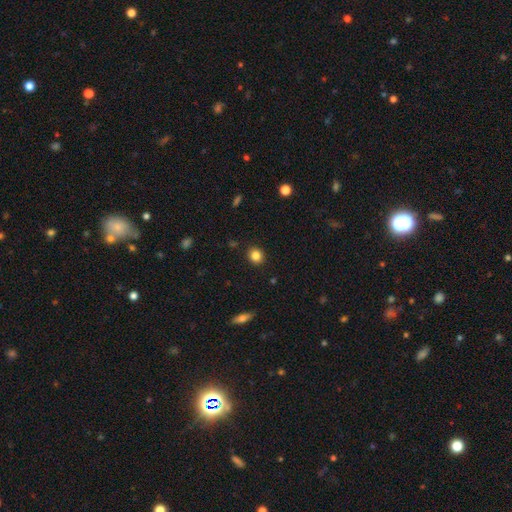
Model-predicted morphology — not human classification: A smooth galaxy with no disk features (84%) that is round (84%). Merging: none (91%).